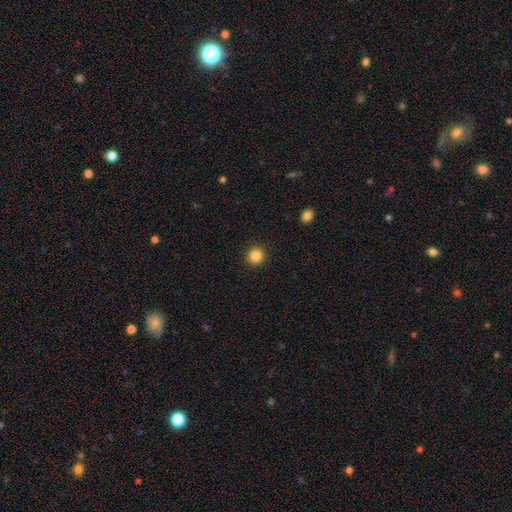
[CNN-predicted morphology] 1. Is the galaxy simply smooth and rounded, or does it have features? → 86% smooth, 10% star or artifact, 4% featured or disk.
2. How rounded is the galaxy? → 93% round, 7% in between, 1% cigar-shaped.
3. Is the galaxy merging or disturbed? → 92% none, 5% minor disturbance, 2% major disturbance, 1% merger.